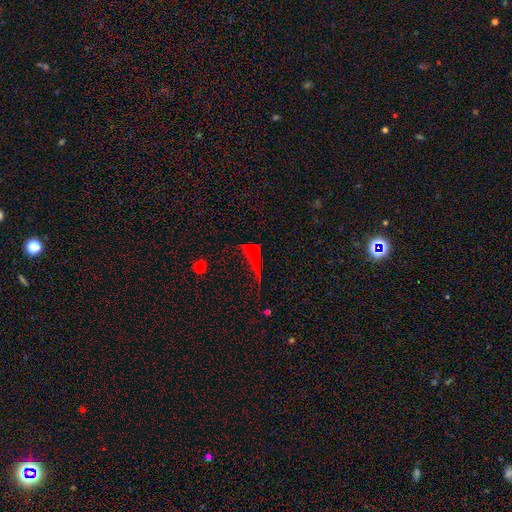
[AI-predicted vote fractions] Smooth or featured: star or artifact — 41% (smooth — 32%)